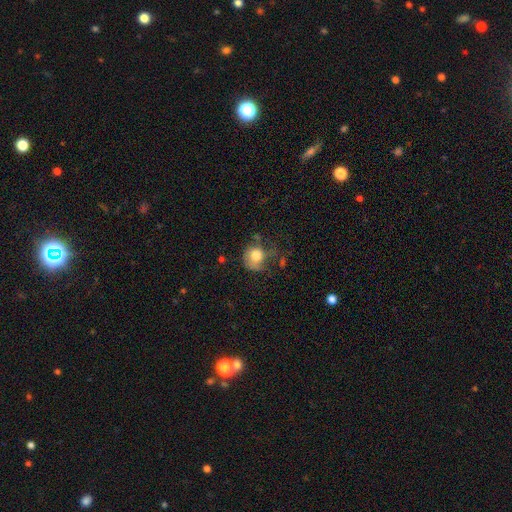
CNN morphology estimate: smooth_or_featured: smooth (p=0.72) [alt: featured or disk p=0.19]
how_rounded: round (p=0.72) [alt: in between p=0.27]
merging: none (p=0.38) [alt: minor disturbance p=0.29]